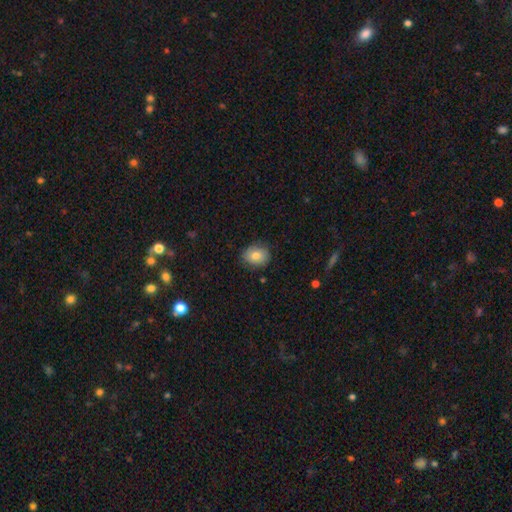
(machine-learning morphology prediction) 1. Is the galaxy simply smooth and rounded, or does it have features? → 78% smooth, 13% featured or disk, 9% star or artifact.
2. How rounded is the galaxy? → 59% round, 40% in between, 1% cigar-shaped.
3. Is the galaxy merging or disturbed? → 82% none, 15% minor disturbance, 3% major disturbance, 1% merger.